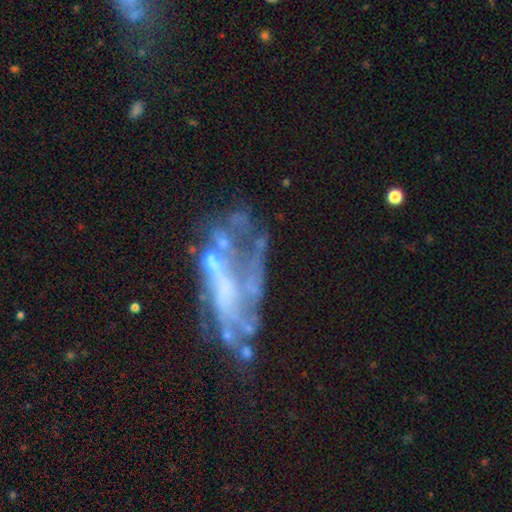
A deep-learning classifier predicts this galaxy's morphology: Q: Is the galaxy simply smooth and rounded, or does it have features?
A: featured or disk — 70%.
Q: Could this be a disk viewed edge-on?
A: no — 91%.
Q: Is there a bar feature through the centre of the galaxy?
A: no — 67%.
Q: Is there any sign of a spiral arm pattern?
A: no — 67%.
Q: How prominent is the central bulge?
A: none — 60%.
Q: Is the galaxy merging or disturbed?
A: none — 34%.